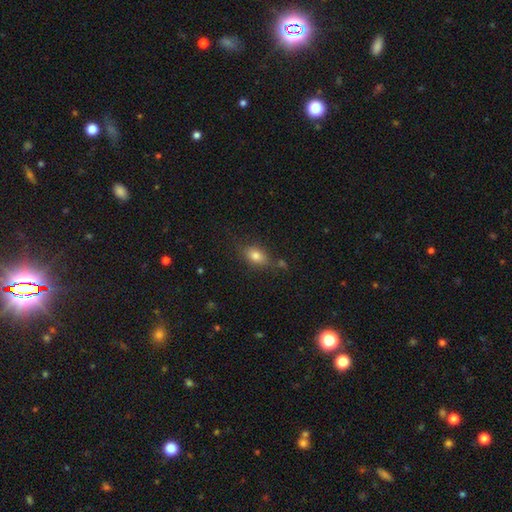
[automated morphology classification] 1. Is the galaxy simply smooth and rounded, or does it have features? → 79% smooth, 11% featured or disk, 10% star or artifact.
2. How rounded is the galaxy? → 81% in between, 14% round, 5% cigar-shaped.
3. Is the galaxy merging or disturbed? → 71% none, 17% minor disturbance, 7% merger, 5% major disturbance.